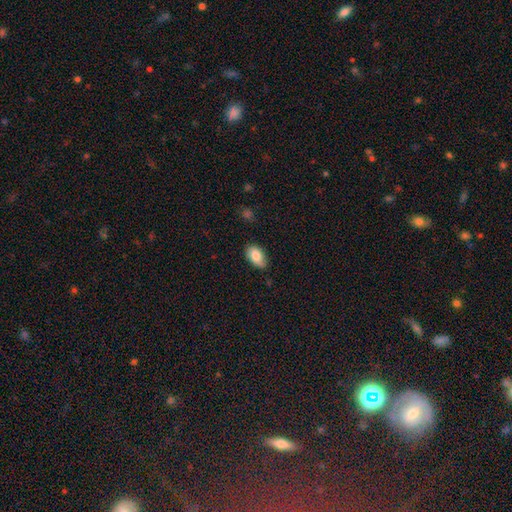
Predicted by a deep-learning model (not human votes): A smooth galaxy with no disk features (84%) that is in between round and cigar-shaped (93%).

Vote fractions:
- Smooth or featured? smooth: 84% / featured or disk: 9% / star or artifact: 7%
- How rounded? in between: 93% / round: 6% / cigar-shaped: 2%
- Merging? none: 74% / minor disturbance: 21% / major disturbance: 3% / merger: 1%